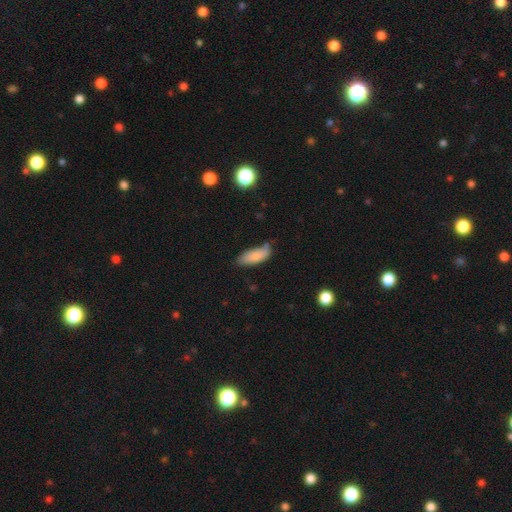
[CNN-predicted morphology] This is clearly a smooth galaxy (82%). How rounded: likely in between (76%). Merging: likely none (63%).